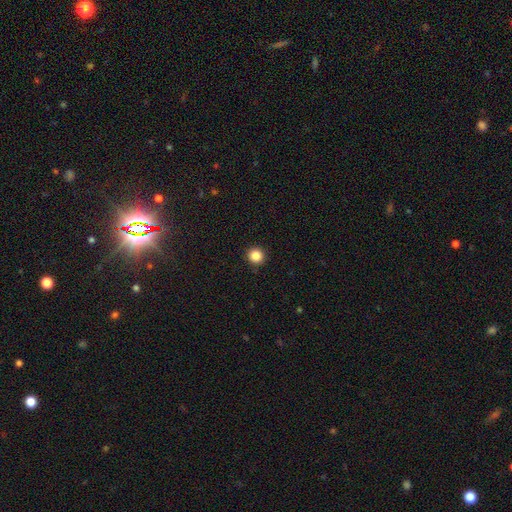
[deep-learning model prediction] Smooth or featured? Predicted: smooth (p=0.86). How rounded? Predicted: round (p=0.94). Merging? Predicted: none (p=0.93).